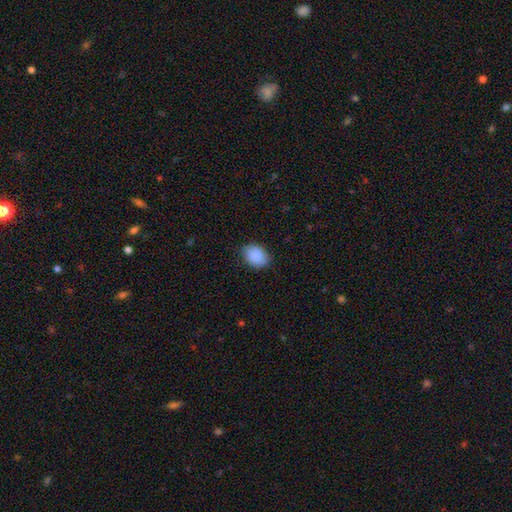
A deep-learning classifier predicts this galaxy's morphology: smooth-or-featured: smooth: 90% | star or artifact: 7% | featured or disk: 4%
  how-rounded: in between: 62% | round: 37% | cigar-shaped: 1%
  merging: none: 81% | minor disturbance: 15% | major disturbance: 3% | merger: 1%